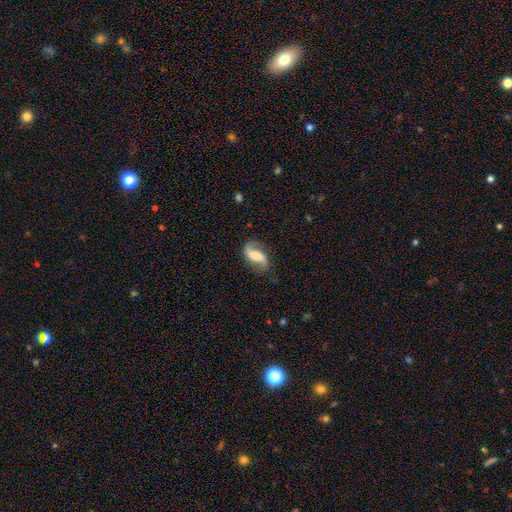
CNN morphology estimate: type=featured or disk (82%); edge-on=no (96%); bar=no (39%); spiral arms=yes (96%); winding=loose (65%); arm count=2 (90%); bulge=moderate (45%); merging=none (77%).